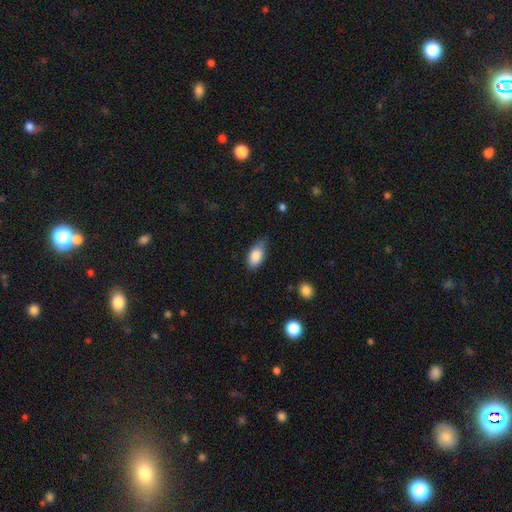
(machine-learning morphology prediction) Smooth or featured?
  - smooth: 86% *
  - featured or disk: 7%
  - star or artifact: 7%
How rounded?
  - in between: 92% *
  - round: 5%
  - cigar-shaped: 3%
Merging?
  - none: 62% *
  - minor disturbance: 31%
  - major disturbance: 5%
  - merger: 2%